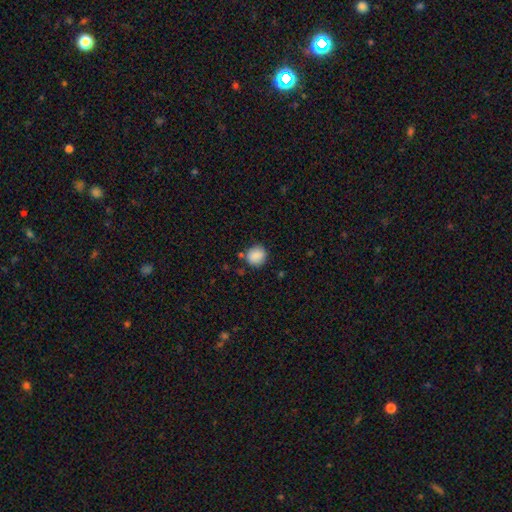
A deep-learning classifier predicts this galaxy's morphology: smooth-or-featured: smooth: 88% | star or artifact: 8% | featured or disk: 4%
  how-rounded: round: 87% | in between: 12% | cigar-shaped: 1%
  merging: none: 79% | minor disturbance: 13% | merger: 5% | major disturbance: 3%